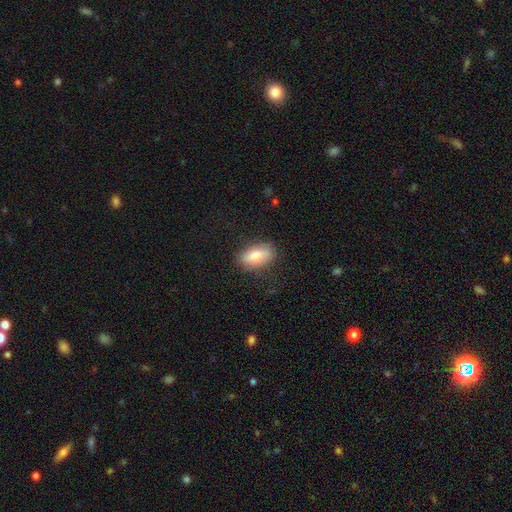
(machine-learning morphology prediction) A smooth galaxy with no disk features (73%) that is in between round and cigar-shaped (86%). Merging: none (79%).